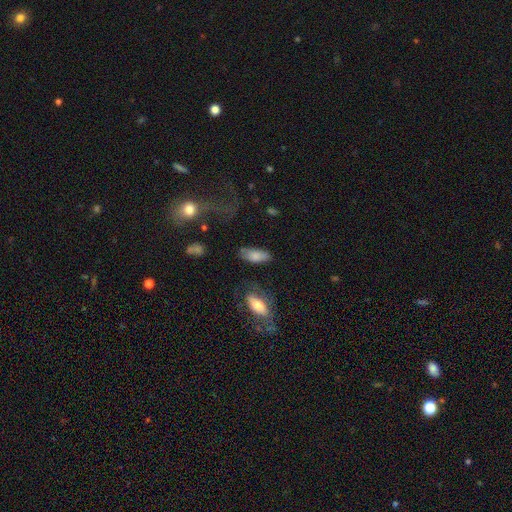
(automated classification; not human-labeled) A smooth galaxy with no disk features (78%) that is in between round and cigar-shaped (81%).

Vote fractions:
- Smooth or featured? smooth: 78% / featured or disk: 13% / star or artifact: 8%
- How rounded? in between: 81% / cigar-shaped: 16% / round: 3%
- Merging? none: 68% / minor disturbance: 20% / major disturbance: 8% / merger: 5%